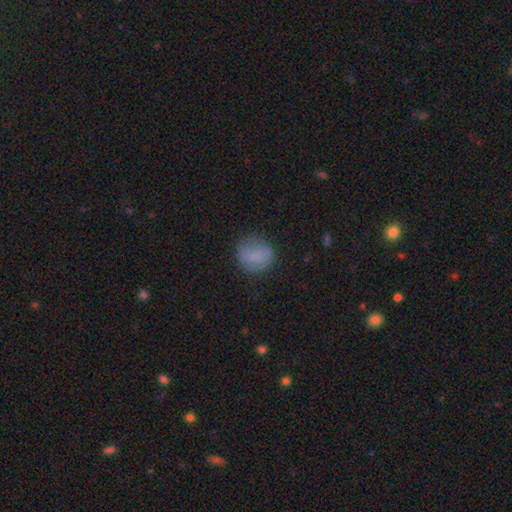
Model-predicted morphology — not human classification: smooth_or_featured: smooth (p=0.77) [alt: featured or disk p=0.14]
how_rounded: round (p=0.79) [alt: in between p=0.20]
merging: none (p=0.73) [alt: minor disturbance p=0.19]